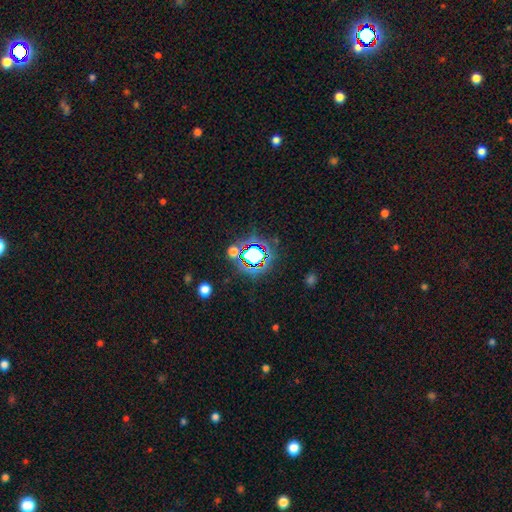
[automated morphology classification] Smooth or featured? star or artifact (63%)